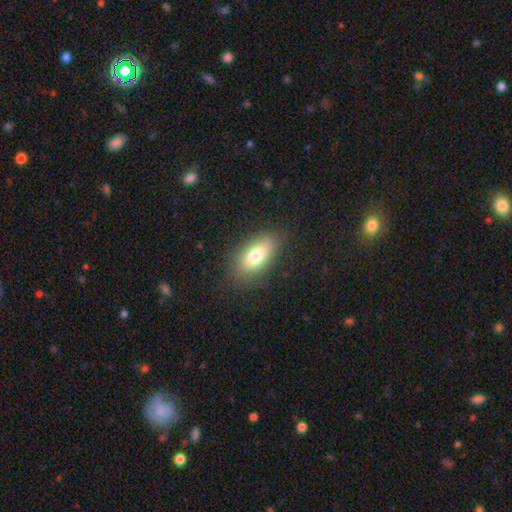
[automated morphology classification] Q: Smooth or featured?
A: smooth (77%); runner-up: featured or disk (15%)
Q: How rounded?
A: in between (87%); runner-up: cigar-shaped (8%)
Q: Merging?
A: none (84%); runner-up: minor disturbance (11%)